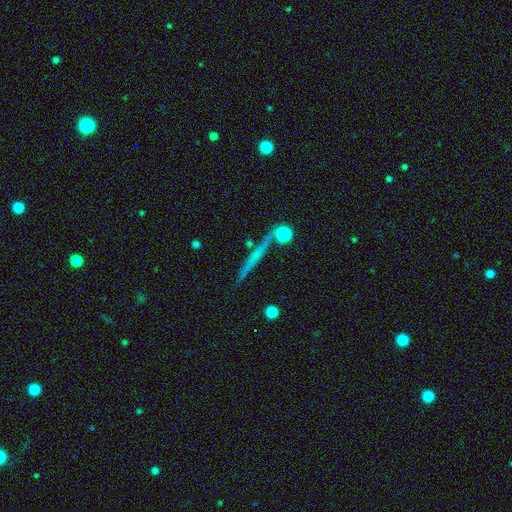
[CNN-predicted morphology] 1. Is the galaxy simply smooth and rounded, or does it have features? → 51% featured or disk, 39% smooth, 10% star or artifact.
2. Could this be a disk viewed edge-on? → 95% yes, 5% no.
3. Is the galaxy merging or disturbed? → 83% none, 9% minor disturbance, 5% merger, 3% major disturbance.